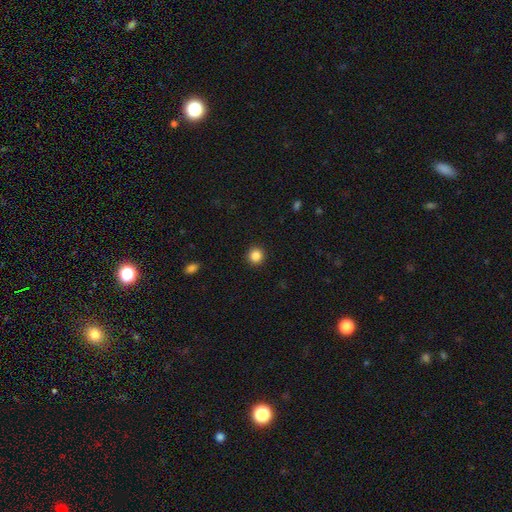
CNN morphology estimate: smooth-or-featured: smooth: 86% | star or artifact: 10% | featured or disk: 4%
  how-rounded: round: 93% | in between: 6% | cigar-shaped: 1%
  merging: none: 93% | minor disturbance: 5% | major disturbance: 2% | merger: 1%